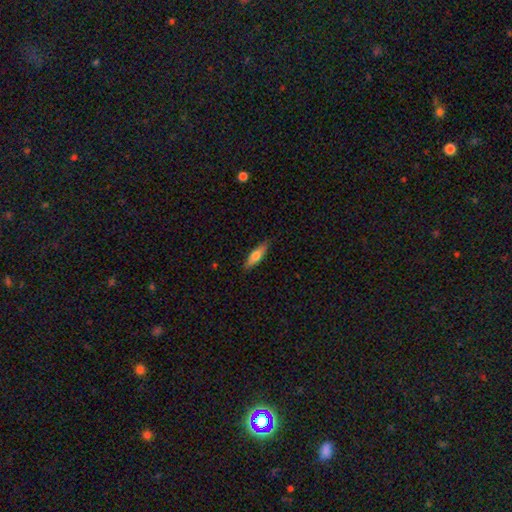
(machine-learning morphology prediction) This appears to be a smooth galaxy with no disk features (65%) that is cigar-shaped (56%). Merging: none (85%).